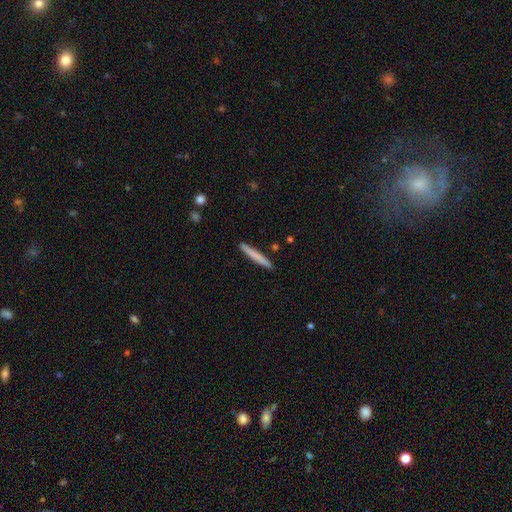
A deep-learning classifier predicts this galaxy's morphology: Smooth or featured? Predicted: smooth (p=0.73). How rounded? Predicted: cigar-shaped (p=0.97). Merging? Predicted: none (p=0.91).